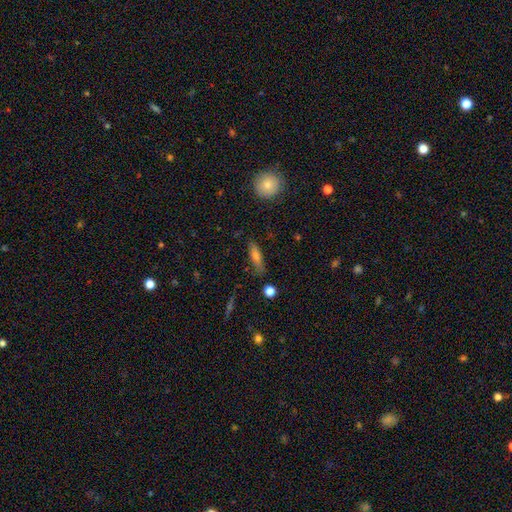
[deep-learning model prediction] This appears to be a smooth galaxy with no disk features (68%) that is cigar-shaped (58%). Merging: none (80%).